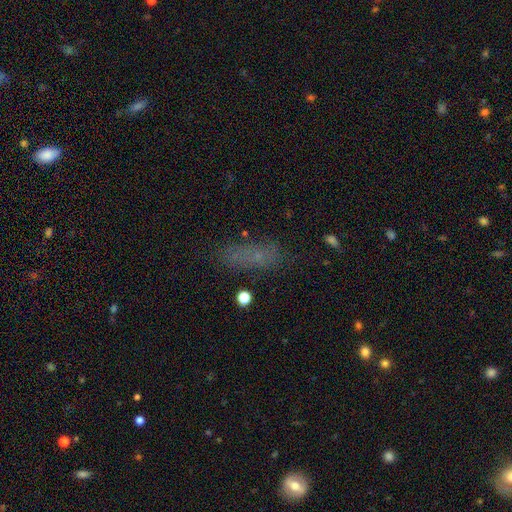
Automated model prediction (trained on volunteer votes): Smooth or featured?
  - smooth: 63% *
  - star or artifact: 21%
  - featured or disk: 16%
How rounded?
  - in between: 61% *
  - cigar-shaped: 33%
  - round: 6%
Merging?
  - none: 70% *
  - minor disturbance: 18%
  - major disturbance: 9%
  - merger: 3%